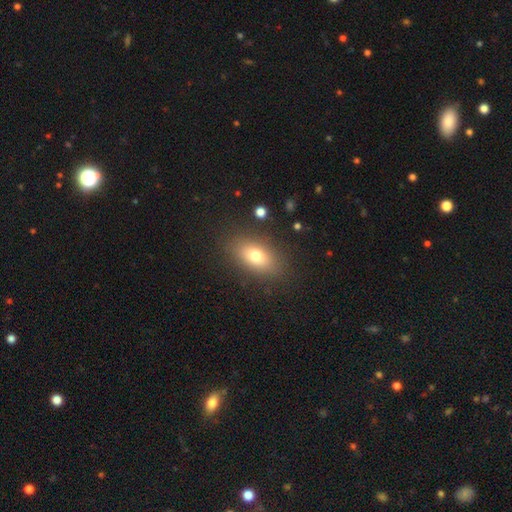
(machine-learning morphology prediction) This appears to be a smooth galaxy with no disk features (75%) that is in between round and cigar-shaped (86%). Merging: none (84%).